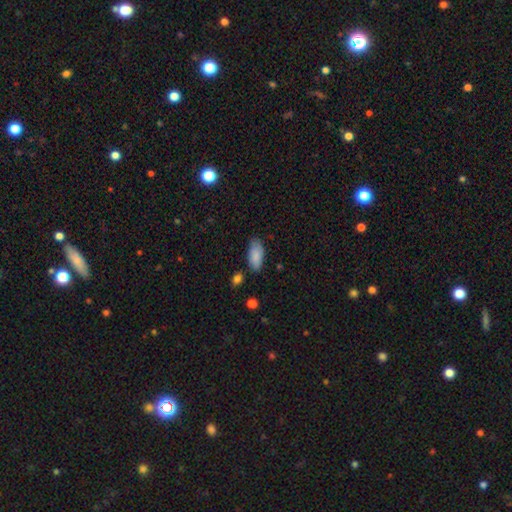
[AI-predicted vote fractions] smooth-or-featured: smooth: 86% | featured or disk: 7% | star or artifact: 7%
  how-rounded: in between: 90% | cigar-shaped: 8% | round: 2%
  merging: none: 73% | minor disturbance: 20% | major disturbance: 4% | merger: 3%